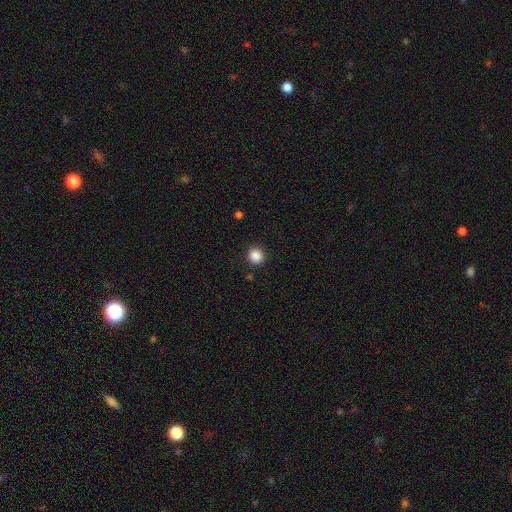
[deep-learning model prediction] Overall: smooth (87%). How rounded: round (92%). Merging: none (90%).